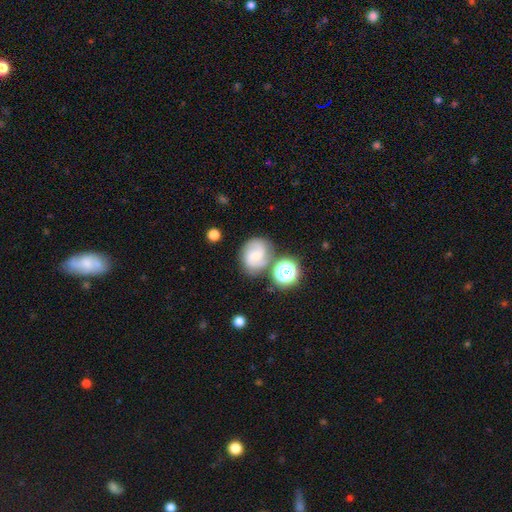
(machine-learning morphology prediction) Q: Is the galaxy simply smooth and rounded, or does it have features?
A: featured or disk — 60%.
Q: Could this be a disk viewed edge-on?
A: no — 98%.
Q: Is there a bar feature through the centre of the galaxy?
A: weak — 45%, tied with no.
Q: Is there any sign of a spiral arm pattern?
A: yes — 92%.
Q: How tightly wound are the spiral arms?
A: medium — 52%.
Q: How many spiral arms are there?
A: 2 — 83%.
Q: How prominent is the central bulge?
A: small — 47%.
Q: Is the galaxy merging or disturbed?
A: none — 63%.